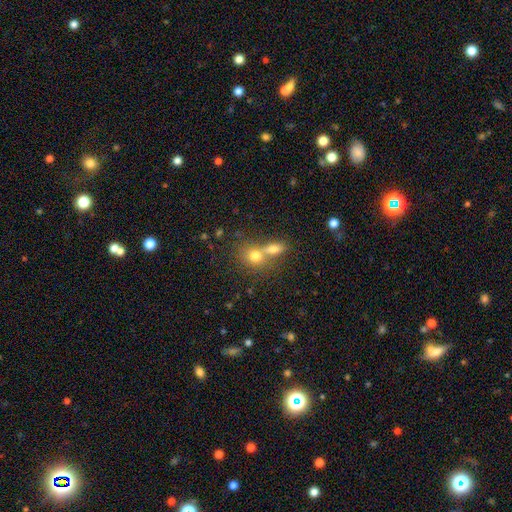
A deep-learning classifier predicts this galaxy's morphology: A smooth galaxy with no disk features (74%) that is round (55%). Merging: merger (59%).